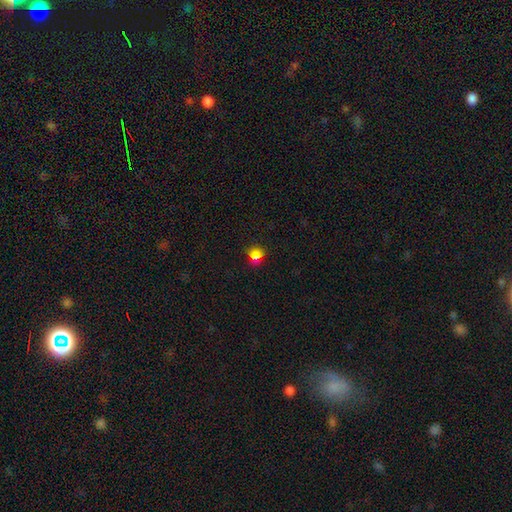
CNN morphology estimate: Overall: smooth (66%). How rounded: round (83%). Merging: none (79%).